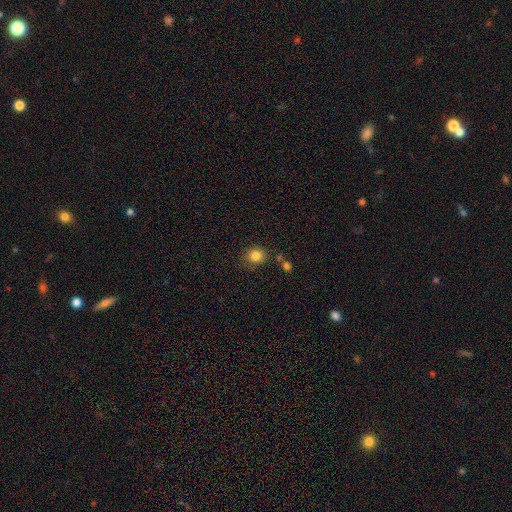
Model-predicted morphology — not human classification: smooth_or_featured: smooth (p=0.84) [alt: star or artifact p=0.11]
how_rounded: round (p=0.76) [alt: in between p=0.23]
merging: none (p=0.75) [alt: minor disturbance p=0.14]